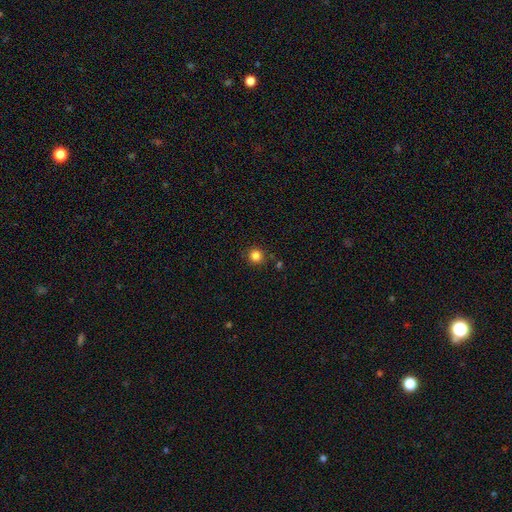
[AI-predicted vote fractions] smooth-or-featured: smooth: 84% | star or artifact: 12% | featured or disk: 4%
  how-rounded: round: 94% | in between: 5% | cigar-shaped: 1%
  merging: none: 87% | minor disturbance: 7% | merger: 3% | major disturbance: 2%